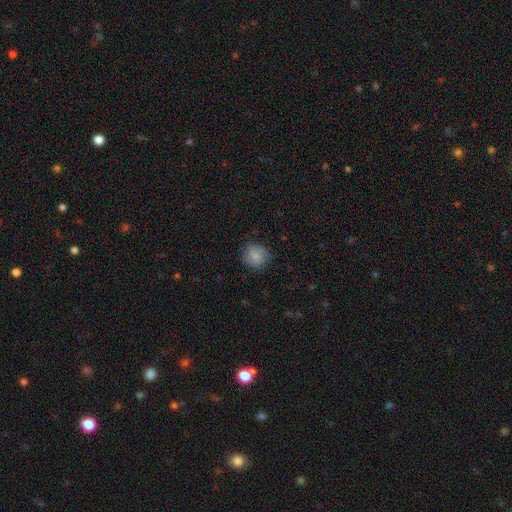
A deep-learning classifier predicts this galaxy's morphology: Smooth or featured? Predicted: smooth (p=0.81). How rounded? Predicted: round (p=0.82). Merging? Predicted: none (p=0.78).